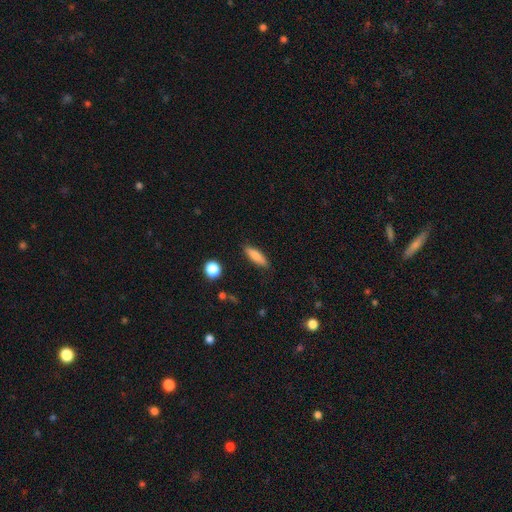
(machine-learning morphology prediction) The model was most divided on "how rounded": cigar-shaped: 63%, in between: 34%, round: 2%. More confident: merging — none (87%); smooth or featured — smooth (79%).